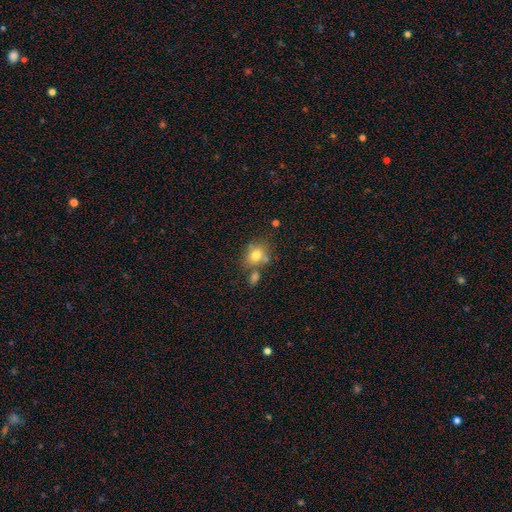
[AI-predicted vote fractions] This appears to be a smooth galaxy with no disk features (73%) that is round (68%). Merging: none (61%).